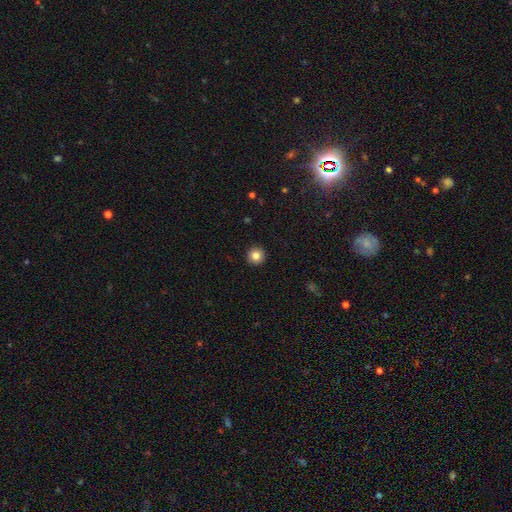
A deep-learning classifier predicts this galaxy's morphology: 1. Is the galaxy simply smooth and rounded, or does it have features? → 84% smooth, 10% star or artifact, 6% featured or disk.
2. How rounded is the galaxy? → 96% round, 3% in between, 1% cigar-shaped.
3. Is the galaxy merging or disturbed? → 94% none, 4% minor disturbance, 1% major disturbance, 1% merger.